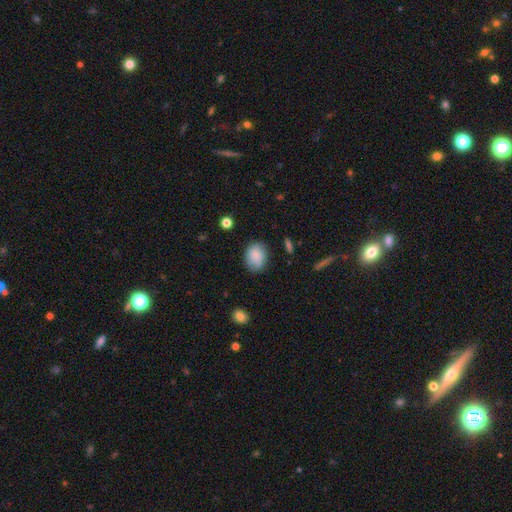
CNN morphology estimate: The model was most divided on "how rounded": in between: 60%, round: 39%, cigar-shaped: 1%. More confident: smooth or featured — smooth (84%); merging — none (74%).